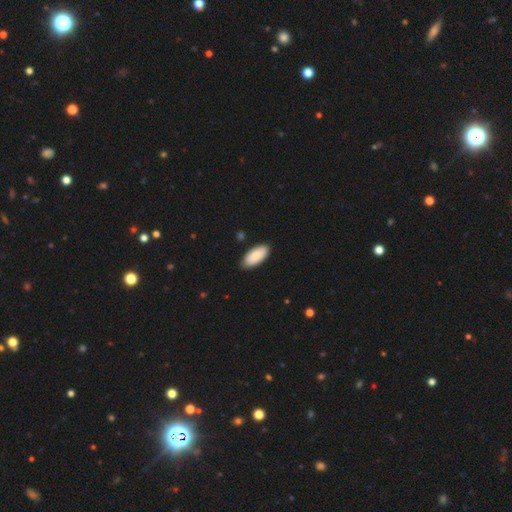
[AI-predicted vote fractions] Smooth or featured? smooth (85%)
How rounded? in between (92%)
Merging? none (87%)